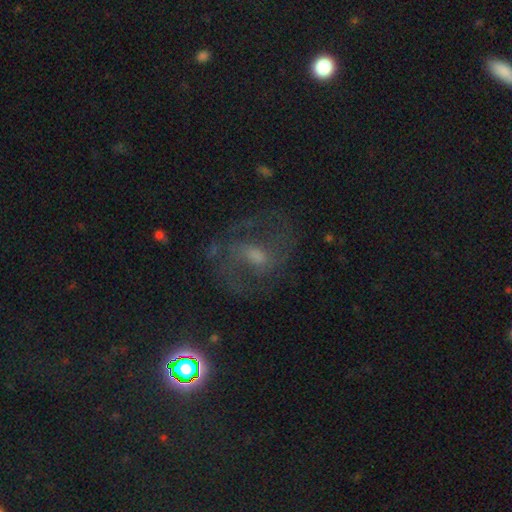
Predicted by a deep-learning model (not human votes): smooth_or_featured: featured or disk (p=0.68) [alt: smooth p=0.17]
disk_edge_on: no (p=0.97) [alt: yes p=0.03]
bar: weak (p=0.49) [alt: no p=0.34]
has_spiral_arms: yes (p=0.82) [alt: no p=0.18]
spiral_winding: medium (p=0.54) [alt: loose p=0.24]
spiral_arm_count: 2 (p=0.68) [alt: can't tell p=0.19]
bulge_size: moderate (p=0.43) [alt: small p=0.34]
merging: none (p=0.65) [alt: major disturbance p=0.17]